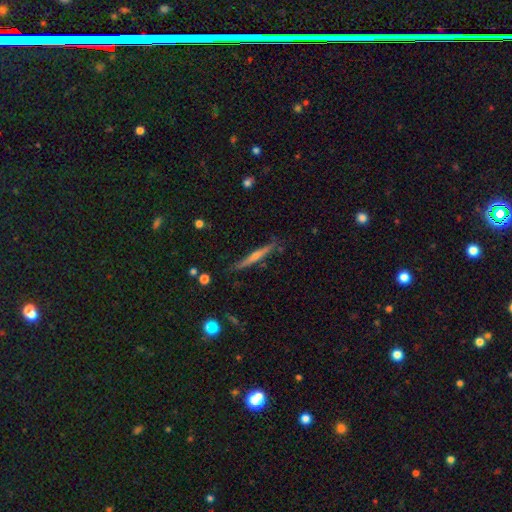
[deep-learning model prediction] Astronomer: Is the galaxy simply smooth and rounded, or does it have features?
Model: featured or disk — 63%.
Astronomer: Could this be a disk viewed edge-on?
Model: yes — 97%.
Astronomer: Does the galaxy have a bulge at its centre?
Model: rounded — 61%.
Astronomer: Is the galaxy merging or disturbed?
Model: none — 85%.